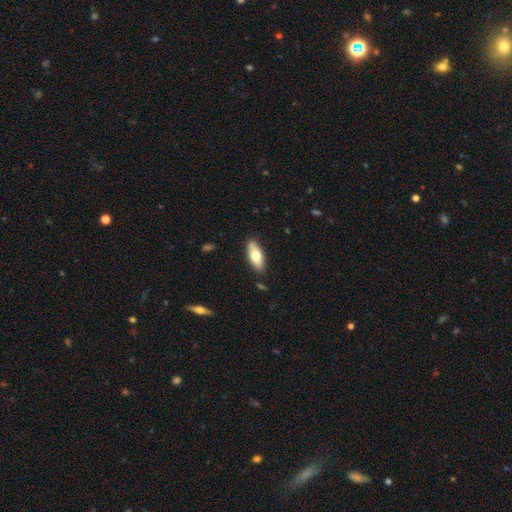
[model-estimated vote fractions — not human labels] Overall: smooth (70%). How rounded: in between (80%). Merging: none (85%).